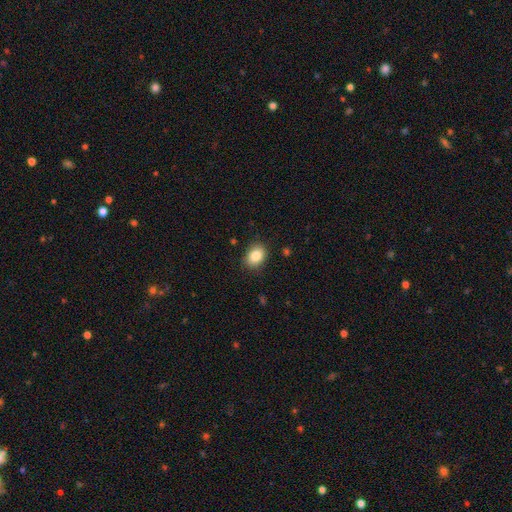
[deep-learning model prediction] A smooth galaxy with no disk features (86%) that is in between round and cigar-shaped (72%). Merging: none (85%).